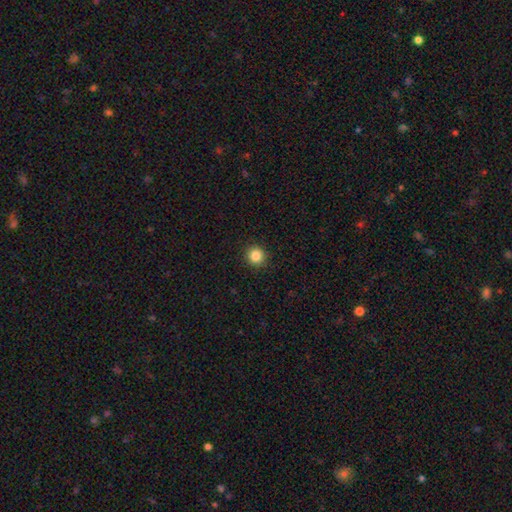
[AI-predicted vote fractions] Morphology: type=smooth (85%); roundness=round (94%); merging=none (93%).